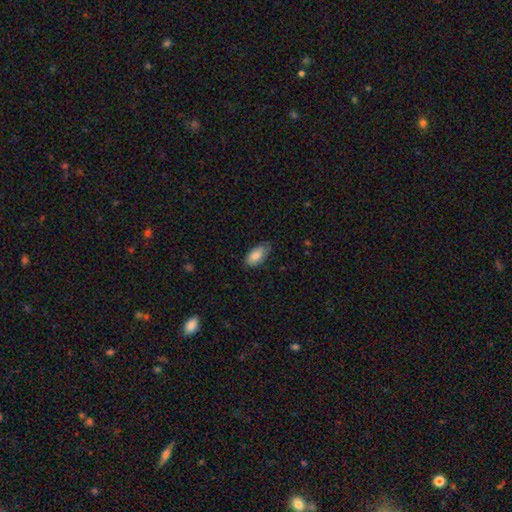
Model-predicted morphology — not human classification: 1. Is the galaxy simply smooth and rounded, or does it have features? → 82% smooth, 12% featured or disk, 6% star or artifact.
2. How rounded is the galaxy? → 93% in between, 4% cigar-shaped, 3% round.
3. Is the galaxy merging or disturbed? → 68% none, 26% minor disturbance, 5% major disturbance, 1% merger.